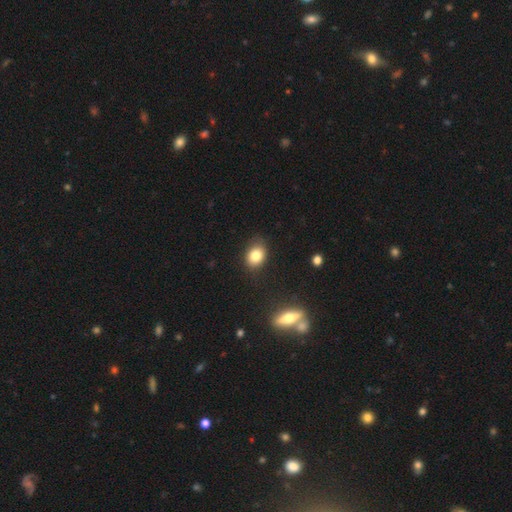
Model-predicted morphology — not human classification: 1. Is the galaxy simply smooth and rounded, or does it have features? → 82% smooth, 10% star or artifact, 9% featured or disk.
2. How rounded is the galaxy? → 62% in between, 36% round, 1% cigar-shaped.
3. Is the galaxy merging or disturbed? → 80% none, 15% minor disturbance, 3% major disturbance, 2% merger.